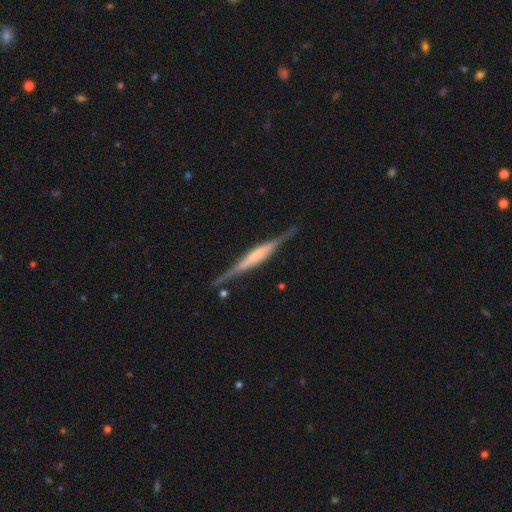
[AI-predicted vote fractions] Smooth or featured? featured or disk (76%)
Edge-on disk? yes (97%)
Edge-on bulge? boxy (52%)
Merging? none (82%)